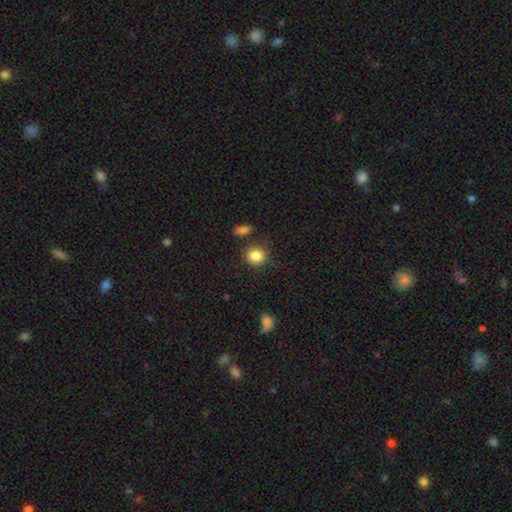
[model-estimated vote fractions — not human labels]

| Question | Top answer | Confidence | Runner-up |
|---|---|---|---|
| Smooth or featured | smooth | 86% | star or artifact (9%) |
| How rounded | round | 80% | in between (19%) |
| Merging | none | 79% | minor disturbance (11%) |